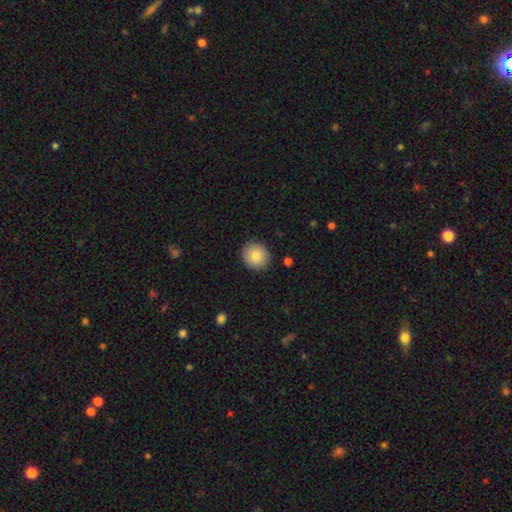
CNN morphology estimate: Q: Smooth or featured?
A: smooth (86%); runner-up: star or artifact (7%)
Q: How rounded?
A: round (85%); runner-up: in between (14%)
Q: Merging?
A: none (90%); runner-up: minor disturbance (7%)